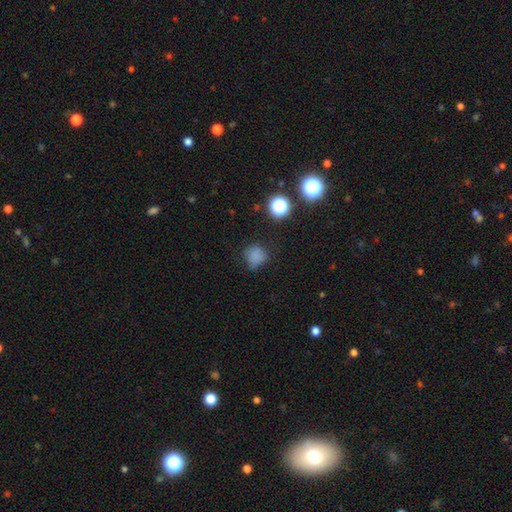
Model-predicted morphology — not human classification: type=smooth (76%); roundness=round (82%); merging=none (67%).